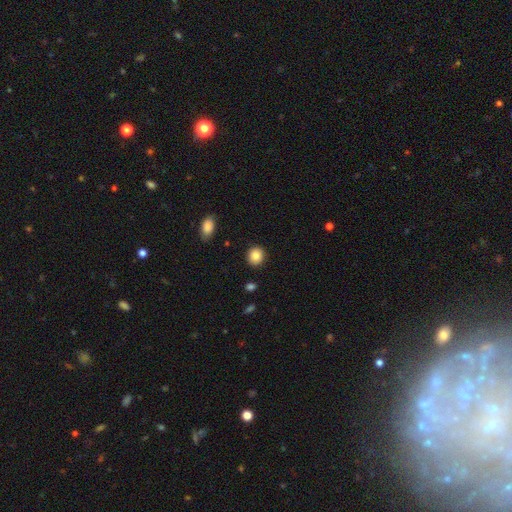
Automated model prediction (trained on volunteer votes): smooth_or_featured: smooth (p=0.86) [alt: star or artifact p=0.09]
how_rounded: round (p=0.83) [alt: in between p=0.16]
merging: none (p=0.90) [alt: minor disturbance p=0.07]